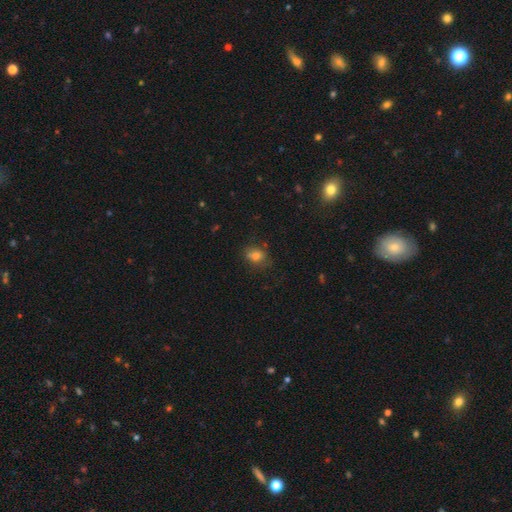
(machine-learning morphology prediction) Overall: smooth (73%). How rounded: in between (72%). Merging: none (63%).